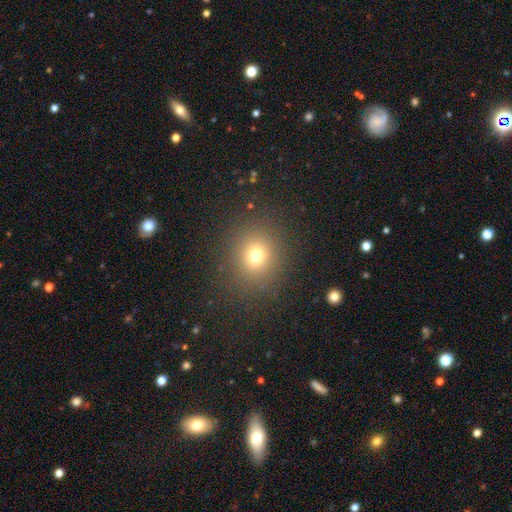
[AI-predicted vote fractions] Smooth or featured?
  - smooth: 71% *
  - star or artifact: 20%
  - featured or disk: 9%
How rounded?
  - round: 83% *
  - in between: 17%
  - cigar-shaped: 1%
Merging?
  - none: 87% *
  - minor disturbance: 7%
  - major disturbance: 4%
  - merger: 1%